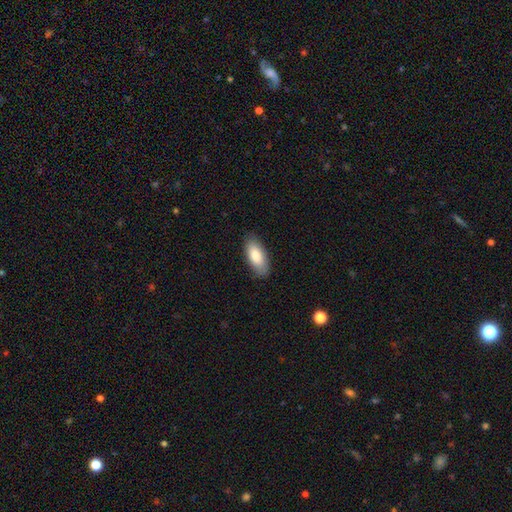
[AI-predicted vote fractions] Smooth or featured? Predicted: smooth (p=0.84). How rounded? Predicted: in between (p=0.86). Merging? Predicted: none (p=0.86).